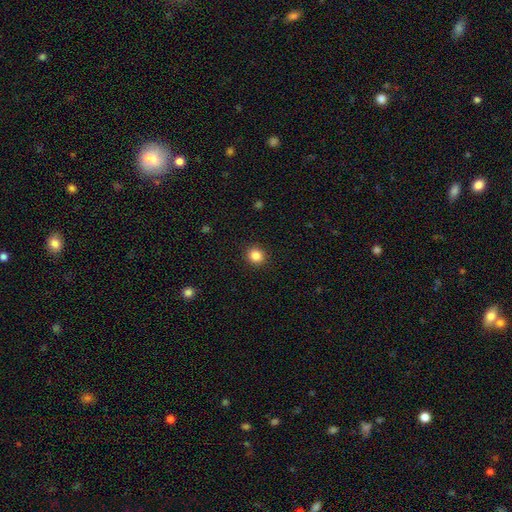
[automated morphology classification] Smooth or featured? Predicted: smooth (p=0.86). How rounded? Predicted: round (p=0.84). Merging? Predicted: none (p=0.91).